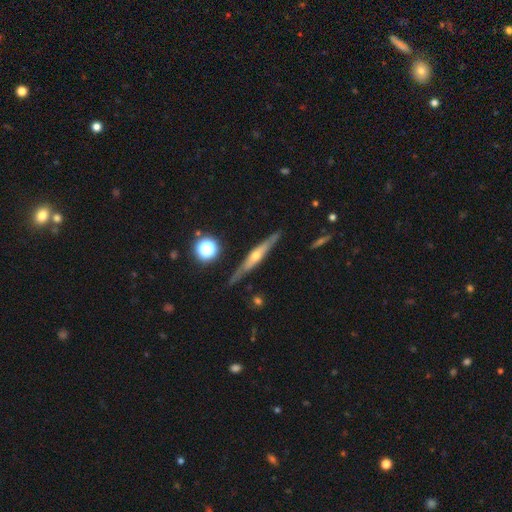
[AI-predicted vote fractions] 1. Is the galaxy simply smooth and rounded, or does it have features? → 71% featured or disk, 22% smooth, 8% star or artifact.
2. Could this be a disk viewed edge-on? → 94% yes, 6% no.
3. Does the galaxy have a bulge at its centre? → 80% rounded, 15% none, 5% boxy.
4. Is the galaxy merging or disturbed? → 86% none, 11% minor disturbance, 2% major disturbance, 2% merger.